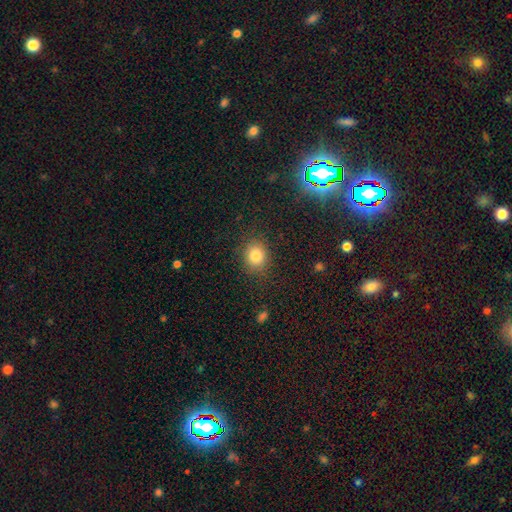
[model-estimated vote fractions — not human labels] Smooth or featured? Predicted: smooth (p=0.82). How rounded? Predicted: round (p=0.70). Merging? Predicted: none (p=0.86).